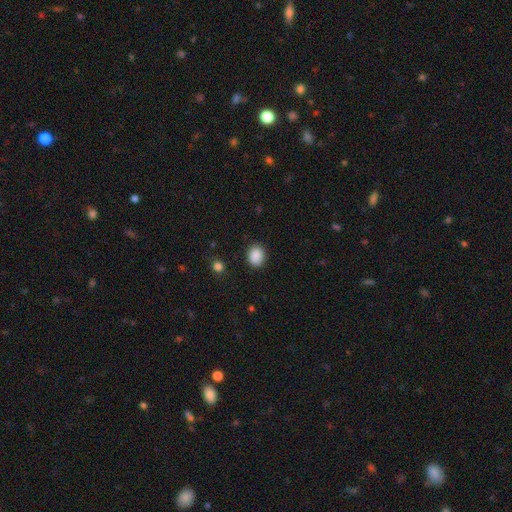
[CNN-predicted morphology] smooth 89%, star or artifact 8%, featured or disk 3%. Down the decision tree: how rounded — in between (50%); merging — none (85%).